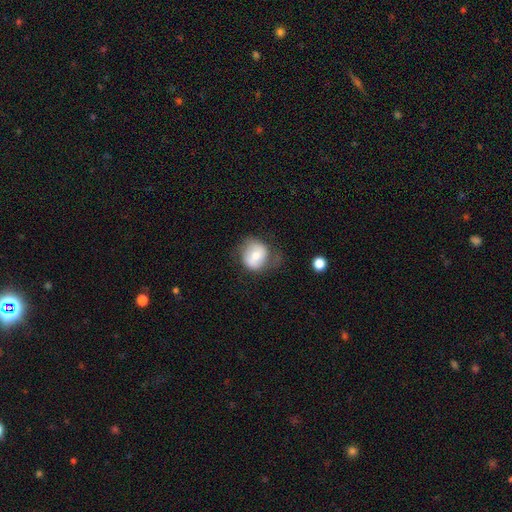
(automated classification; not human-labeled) Morphology: type=smooth (62%); roundness=round (72%); merging=none (50%).